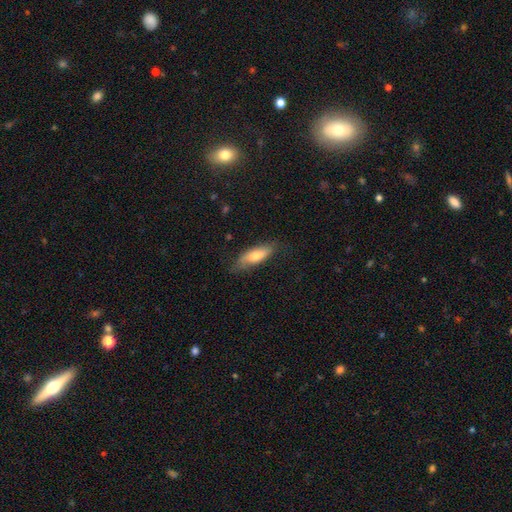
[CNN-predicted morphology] Smooth or featured? smooth (70%)
How rounded? in between (58%)
Merging? none (74%)